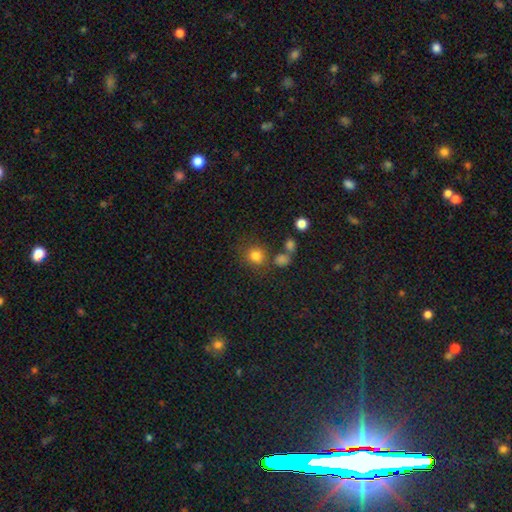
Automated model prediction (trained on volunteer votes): Smooth or featured? Predicted: smooth (p=0.79). How rounded? Predicted: round (p=0.86). Merging? Predicted: none (p=0.71).